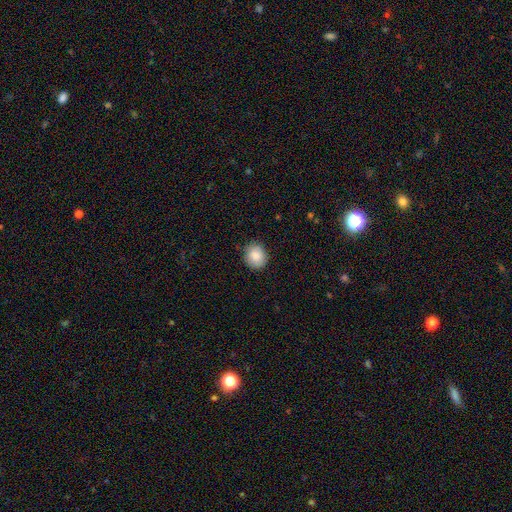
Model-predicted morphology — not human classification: A smooth galaxy with no disk features (86%) that is round (78%). Merging: none (85%).